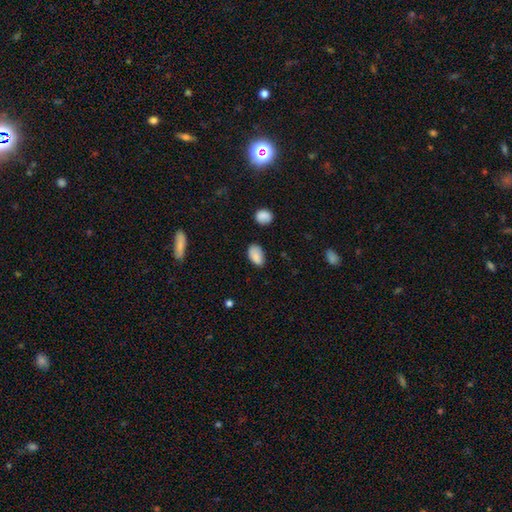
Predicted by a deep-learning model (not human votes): The model was most divided on "merging": none: 73%, minor disturbance: 21%, major disturbance: 4%, merger: 2%. More confident: how rounded — in between (93%); smooth or featured — smooth (85%).